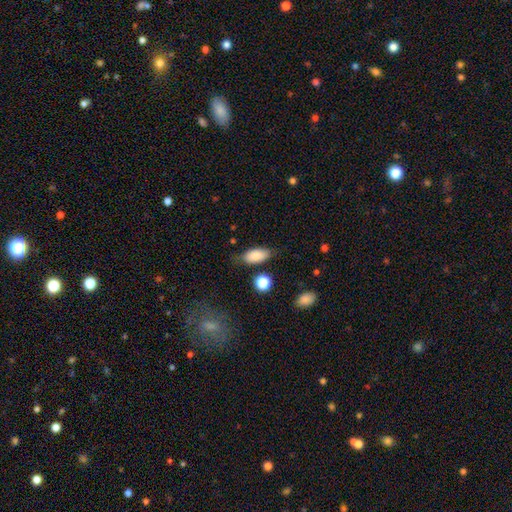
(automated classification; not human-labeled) This appears to be a smooth galaxy with no disk features (85%) that is in between round and cigar-shaped (89%). Merging: none (75%).